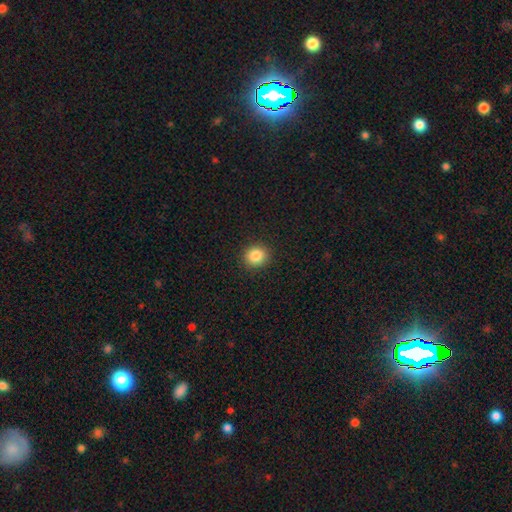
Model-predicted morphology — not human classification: A smooth galaxy with no disk features (85%) that is round (84%). Merging: none (91%).